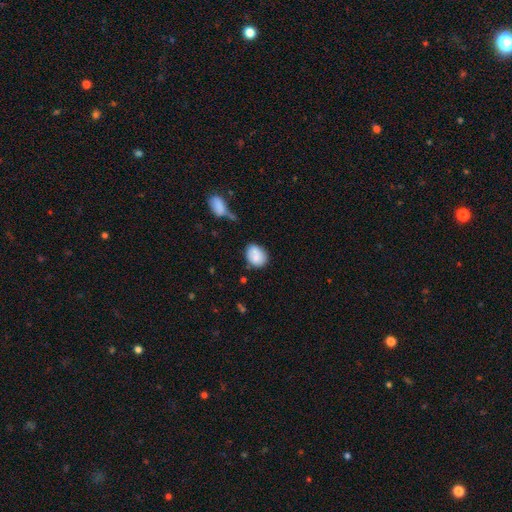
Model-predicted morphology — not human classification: Overall: smooth (81%). How rounded: in between (54%; round 45%). Merging: none (63%).